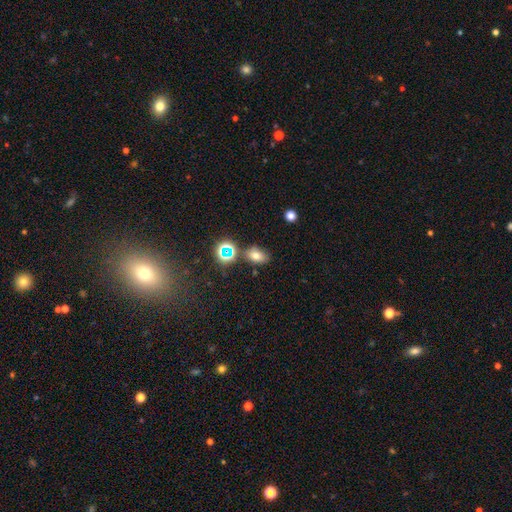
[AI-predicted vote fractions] Q: Smooth or featured?
A: smooth (69%); runner-up: star or artifact (20%)
Q: How rounded?
A: in between (82%); runner-up: round (16%)
Q: Merging?
A: none (75%); runner-up: minor disturbance (13%)